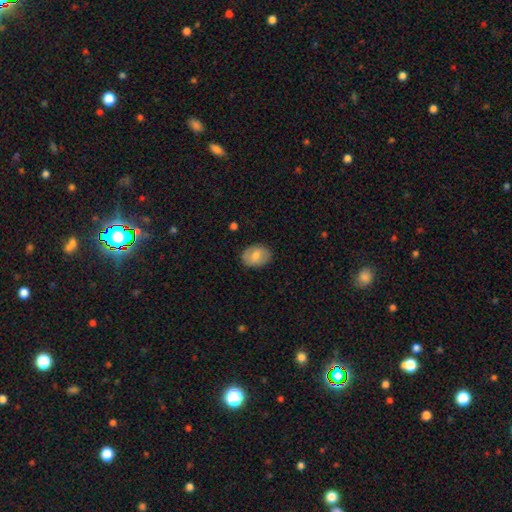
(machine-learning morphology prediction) A smooth galaxy with no disk features (69%) that is in between round and cigar-shaped (67%).

Vote fractions:
- Smooth or featured? smooth: 69% / featured or disk: 24% / star or artifact: 7%
- How rounded? in between: 67% / round: 32% / cigar-shaped: 1%
- Merging? none: 84% / minor disturbance: 12% / major disturbance: 3% / merger: 1%